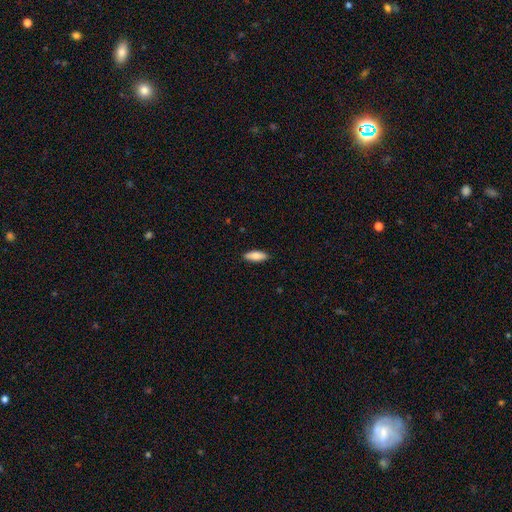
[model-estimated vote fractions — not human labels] This is clearly a smooth galaxy (80%). How rounded: likely in between (68%). Merging: clearly none (89%).